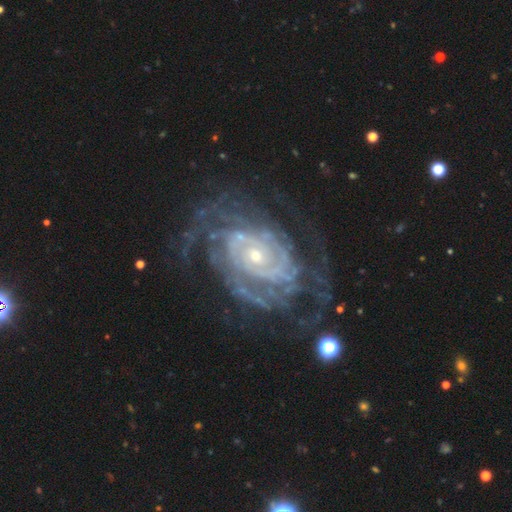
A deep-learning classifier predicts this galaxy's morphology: A featured or disk galaxy (90%) with no bar (74%), tight (74%) spiral arms (96%) and a small central bulge (69%). Merging: none (68%).